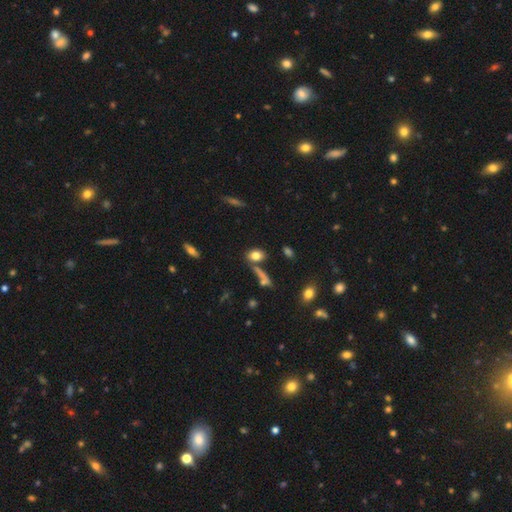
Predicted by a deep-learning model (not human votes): smooth 79%, star or artifact 11%, featured or disk 10%. Down the decision tree: how rounded — in between (74%); merging — none (65%).